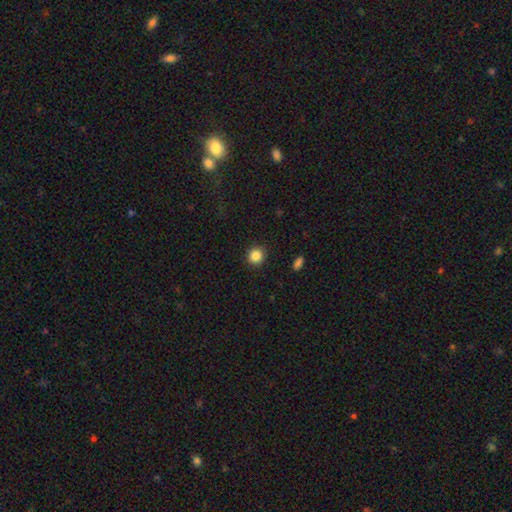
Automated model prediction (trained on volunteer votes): Smooth or featured? Predicted: smooth (p=0.86). How rounded? Predicted: round (p=0.90). Merging? Predicted: none (p=0.91).